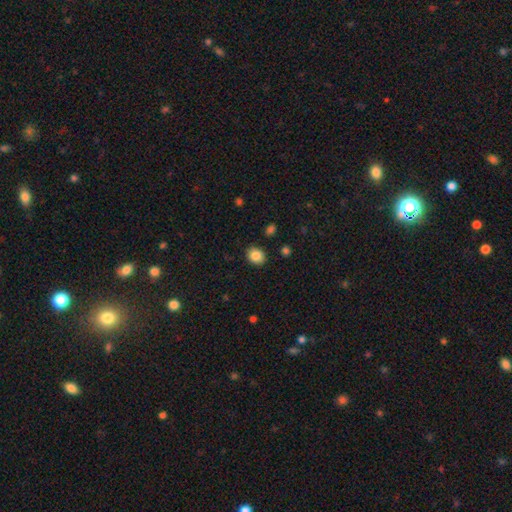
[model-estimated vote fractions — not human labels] Smooth or featured?
  - smooth: 85% *
  - star or artifact: 9%
  - featured or disk: 5%
How rounded?
  - round: 66% *
  - in between: 33%
  - cigar-shaped: 1%
Merging?
  - none: 88% *
  - minor disturbance: 8%
  - major disturbance: 2%
  - merger: 2%